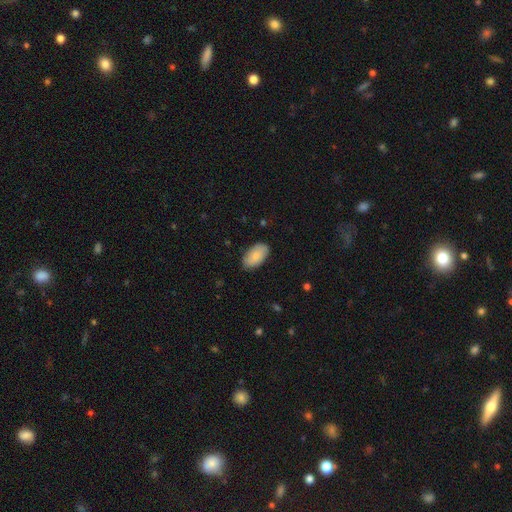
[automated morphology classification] The model was most divided on "merging": none: 84%, minor disturbance: 13%, major disturbance: 2%, merger: 1%. More confident: how rounded — in between (95%); smooth or featured — smooth (85%).